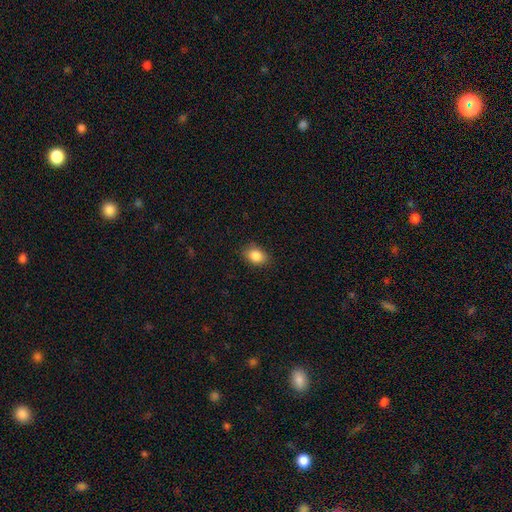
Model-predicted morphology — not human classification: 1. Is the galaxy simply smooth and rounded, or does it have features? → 87% smooth, 9% star or artifact, 5% featured or disk.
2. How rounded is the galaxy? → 75% in between, 24% round, 1% cigar-shaped.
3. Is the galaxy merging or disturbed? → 84% none, 12% minor disturbance, 3% major disturbance, 1% merger.